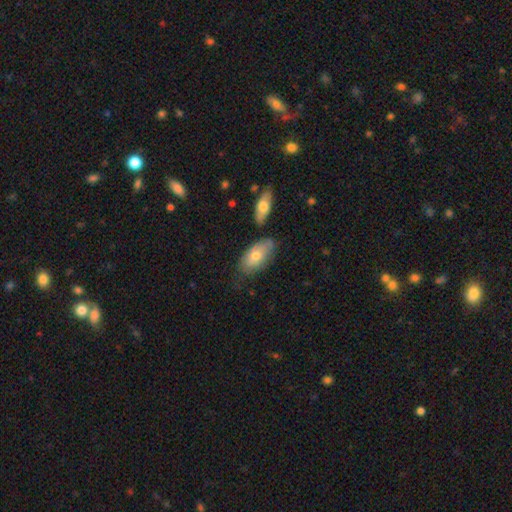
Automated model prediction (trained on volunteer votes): Smooth or featured: smooth — 72% (featured or disk — 22%)
How rounded: in between — 92% (cigar-shaped — 5%)
Merging: none — 63% (minor disturbance — 23%)